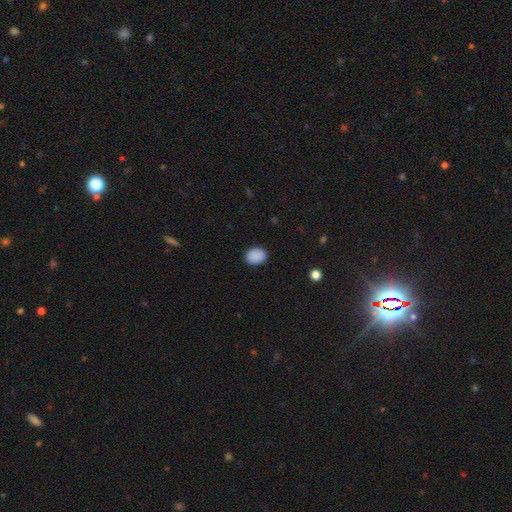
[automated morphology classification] Smooth or featured: smooth — 89% (star or artifact — 8%)
How rounded: in between — 51% (round — 48%)
Merging: none — 88% (minor disturbance — 8%)